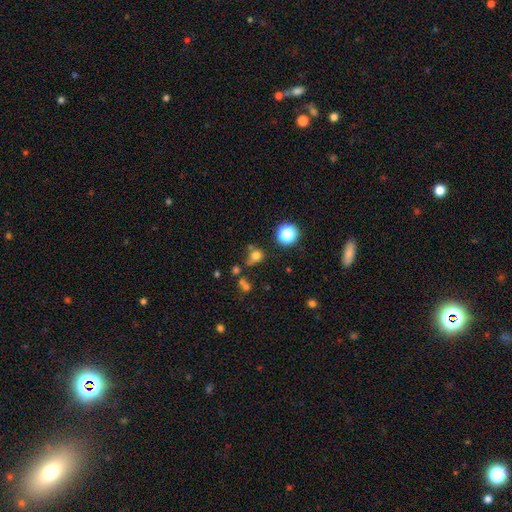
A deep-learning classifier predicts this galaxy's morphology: A smooth galaxy with no disk features (71%) that is round (66%).

Vote fractions:
- Smooth or featured? smooth: 71% / star or artifact: 20% / featured or disk: 9%
- How rounded? round: 66% / in between: 32% / cigar-shaped: 2%
- Merging? none: 52% / minor disturbance: 20% / merger: 17% / major disturbance: 10%